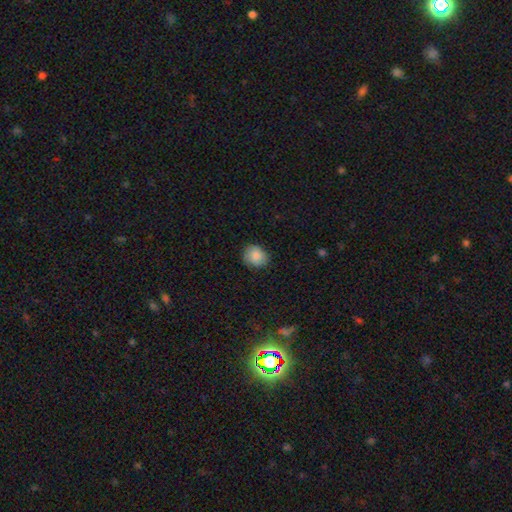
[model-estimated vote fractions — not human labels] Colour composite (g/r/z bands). It shows a smooth galaxy with no disk features (86%) that is round (69%). Merging: none (81%).